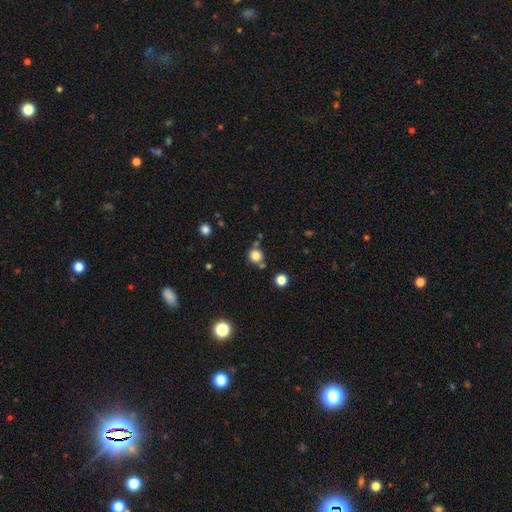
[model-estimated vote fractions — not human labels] smooth_or_featured: smooth (p=0.81) [alt: star or artifact p=0.13]
how_rounded: round (p=0.90) [alt: in between p=0.09]
merging: none (p=0.71) [alt: merger p=0.13]